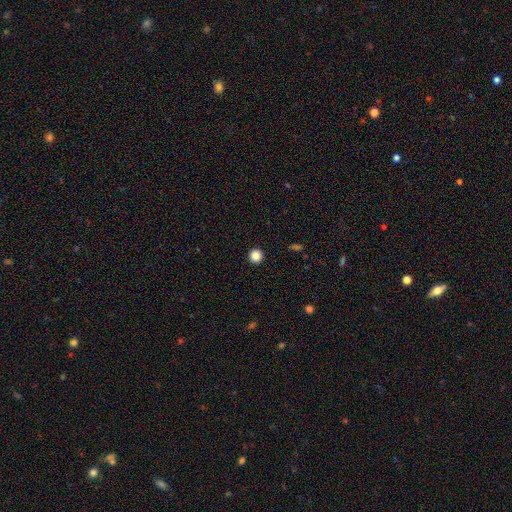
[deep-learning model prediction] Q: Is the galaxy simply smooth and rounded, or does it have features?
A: smooth — 86%.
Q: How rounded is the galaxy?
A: round — 95%.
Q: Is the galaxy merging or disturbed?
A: none — 93%.